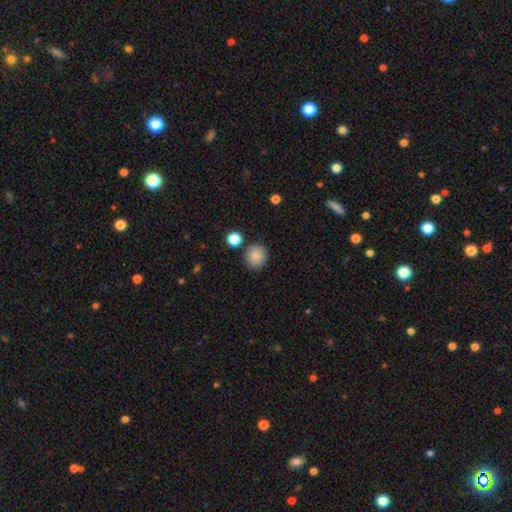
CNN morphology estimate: A smooth galaxy with no disk features (87%) that is round (90%). Merging: none (85%).